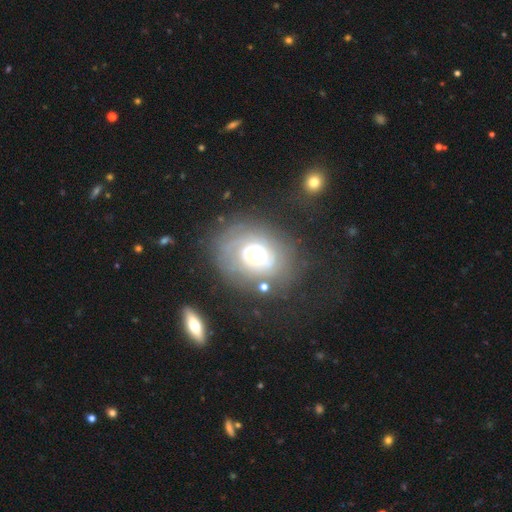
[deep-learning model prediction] smooth-or-featured: featured or disk: 73% | smooth: 19% | star or artifact: 8%
  disk-edge-on: no: 95% | yes: 5%
    bar: no: 79% | weak: 16% | strong: 5%
    has-spiral-arms: yes: 70% | no: 30%
    bulge-size: moderate: 66% | large: 16% | small: 15% | dominant: 2% | none: 1%
  merging: none: 66% | minor disturbance: 17% | major disturbance: 13% | merger: 4%